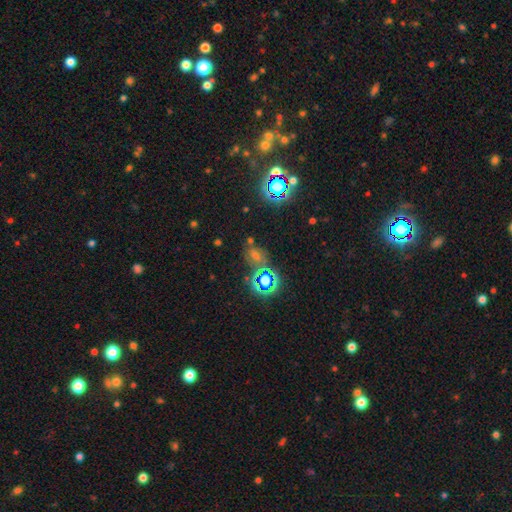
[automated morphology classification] Q: Smooth or featured?
A: star or artifact (56%); runner-up: smooth (31%)